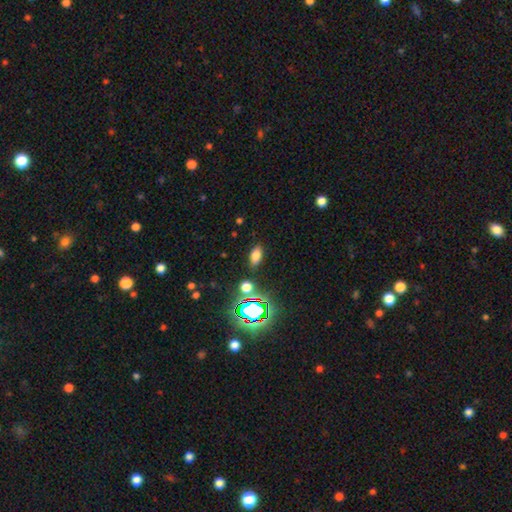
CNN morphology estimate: Smooth or featured?
  - smooth: 71% *
  - star or artifact: 21%
  - featured or disk: 8%
How rounded?
  - in between: 86% *
  - round: 8%
  - cigar-shaped: 7%
Merging?
  - none: 85% *
  - minor disturbance: 9%
  - merger: 3%
  - major disturbance: 3%